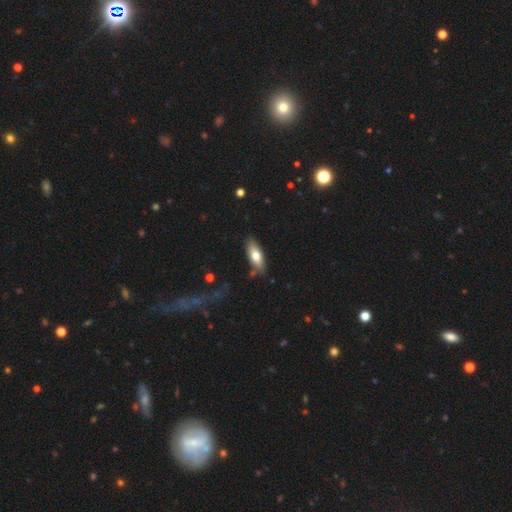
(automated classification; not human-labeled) This is likely a smooth galaxy (68%). How rounded: likely in between (68%). Merging: clearly none (83%).